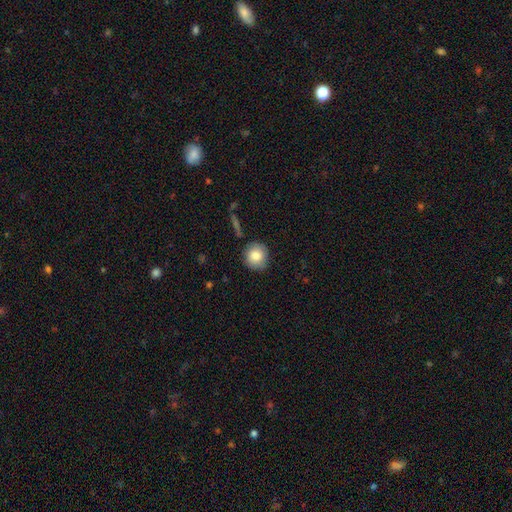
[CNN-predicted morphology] The model was most divided on "merging": none: 85%, minor disturbance: 11%, major disturbance: 2%, merger: 2%. More confident: how rounded — round (91%); smooth or featured — smooth (83%).